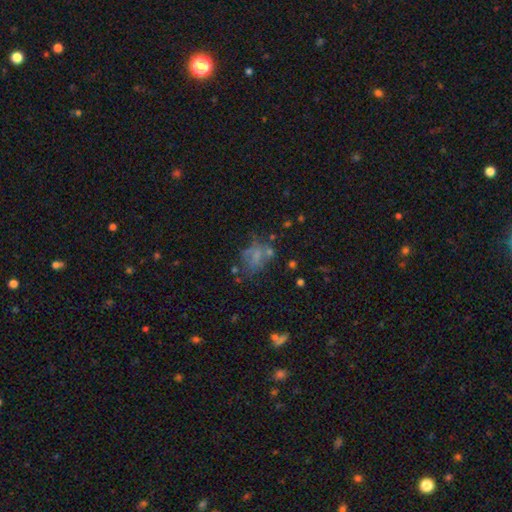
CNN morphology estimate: Q: Smooth or featured?
A: smooth (46%); runner-up: featured or disk (33%)
Q: Merging?
A: none (41%); runner-up: major disturbance (24%)